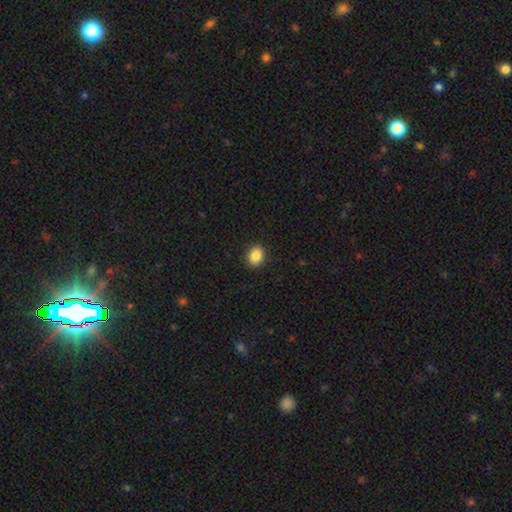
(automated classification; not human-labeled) smooth_or_featured: smooth (p=0.87) [alt: star or artifact p=0.09]
how_rounded: in between (p=0.55) [alt: round p=0.44]
merging: none (p=0.91) [alt: minor disturbance p=0.07]